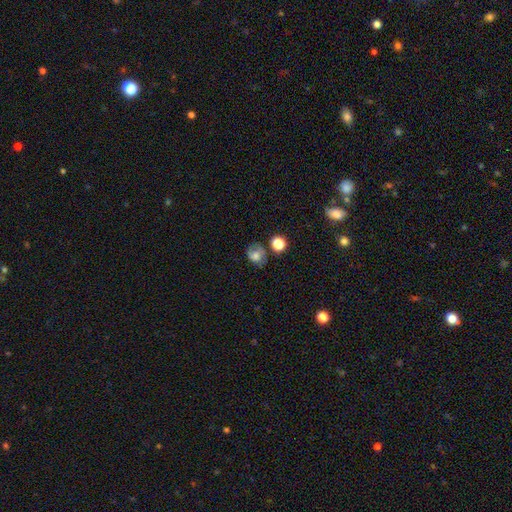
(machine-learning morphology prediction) Q: Smooth or featured?
A: smooth (58%); runner-up: featured or disk (29%)
Q: How rounded?
A: round (60%); runner-up: in between (39%)
Q: Merging?
A: none (58%); runner-up: minor disturbance (23%)